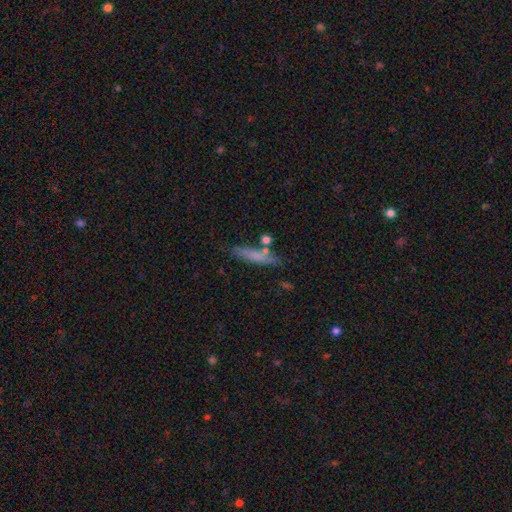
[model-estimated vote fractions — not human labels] smooth-or-featured: smooth: 69% | featured or disk: 23% | star or artifact: 8%
  how-rounded: cigar-shaped: 84% | in between: 14% | round: 2%
  merging: none: 74% | minor disturbance: 14% | merger: 8% | major disturbance: 4%